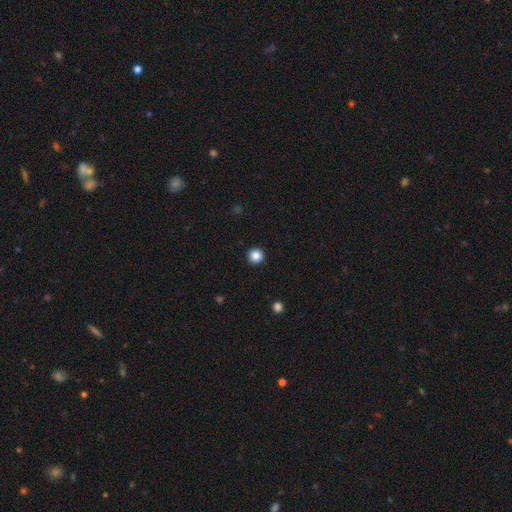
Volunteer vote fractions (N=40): This is clearly a smooth galaxy (92%). How rounded: clearly round (95%). Merging: clearly none (92%).